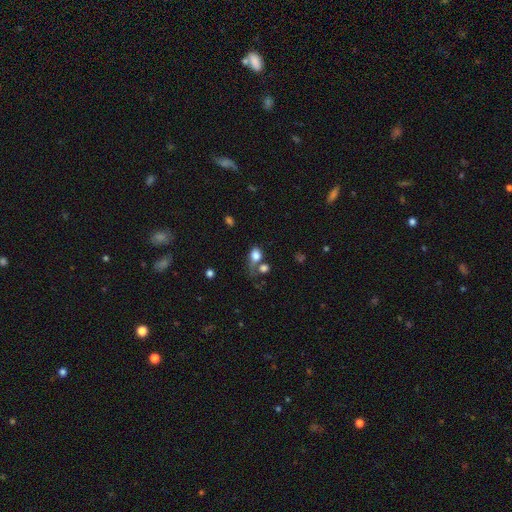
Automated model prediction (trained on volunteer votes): The model was most divided on "merging" (2-way tie): merger: 31%, none: 31%, major disturbance: 21%, minor disturbance: 18%. More confident: smooth or featured — smooth (76%); how rounded — in between (60%).